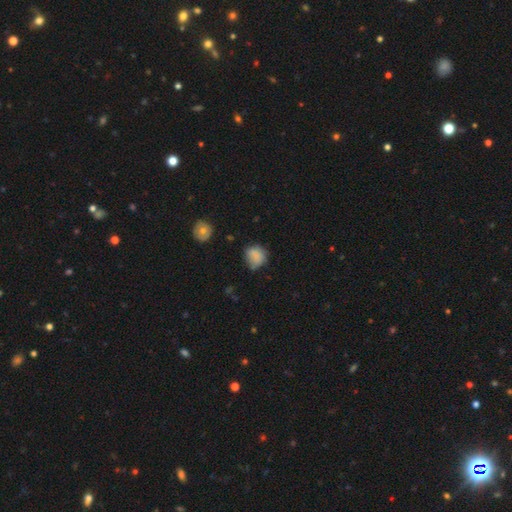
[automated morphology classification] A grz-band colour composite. It shows a smooth galaxy with no disk features (81%) that is round (74%). Merging: none (60%).